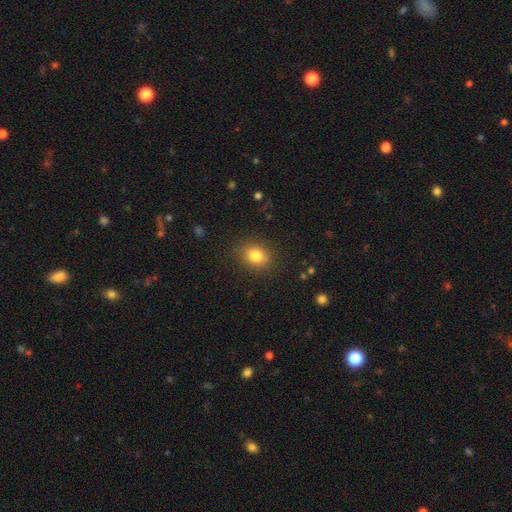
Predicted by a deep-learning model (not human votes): This is clearly a smooth galaxy (82%). How rounded: possibly round (51%). Merging: clearly none (86%).